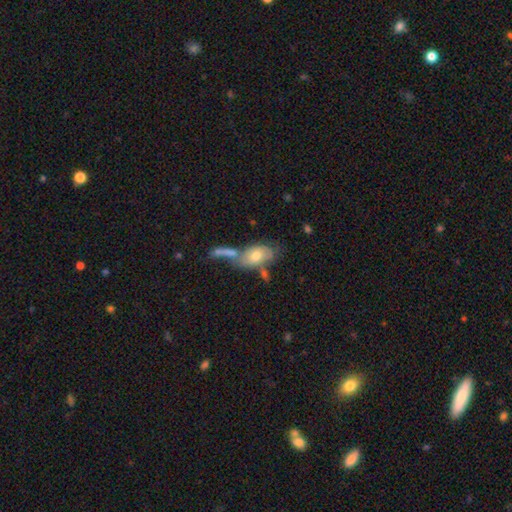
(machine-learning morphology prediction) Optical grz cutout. It shows a smooth galaxy with no disk features (60%) that is in between round and cigar-shaped (89%). Merging: none (37%).